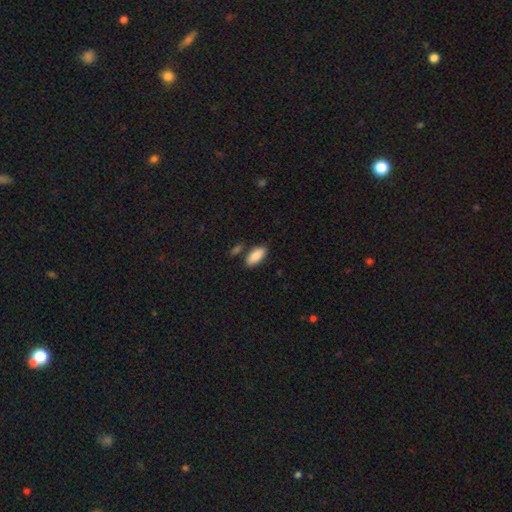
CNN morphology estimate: Smooth or featured? smooth (90%)
How rounded? in between (88%)
Merging? none (79%)